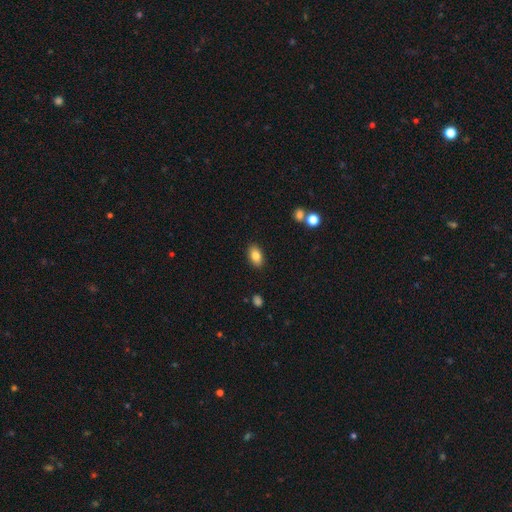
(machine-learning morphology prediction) smooth 83%, featured or disk 9%, star or artifact 8%. Down the decision tree: how rounded — in between (91%); merging — none (88%).